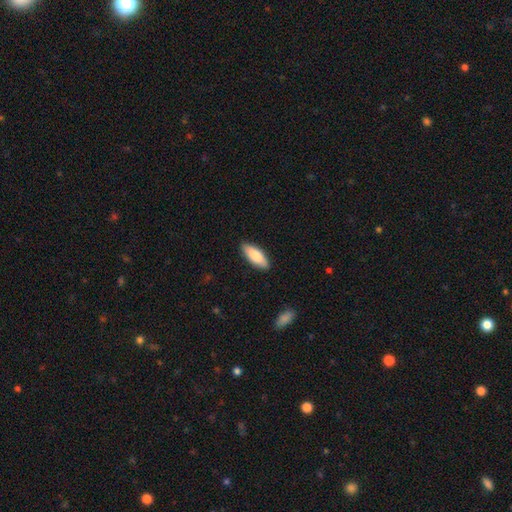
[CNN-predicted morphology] A smooth galaxy with no disk features (82%) that is in between round and cigar-shaped (75%). Merging: none (88%).